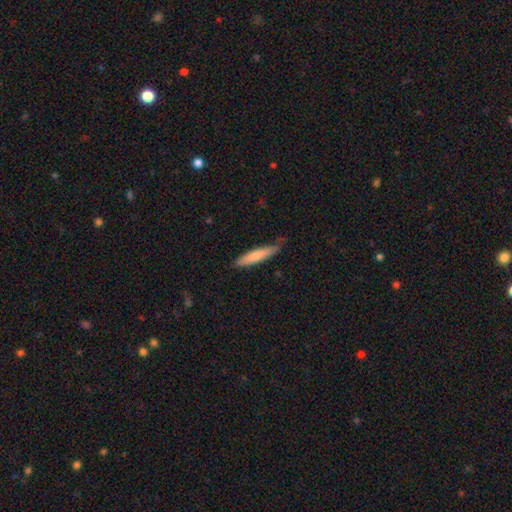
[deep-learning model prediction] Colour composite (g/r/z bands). It shows a smooth galaxy with no disk features (75%) that is cigar-shaped (86%). Merging: none (72%).